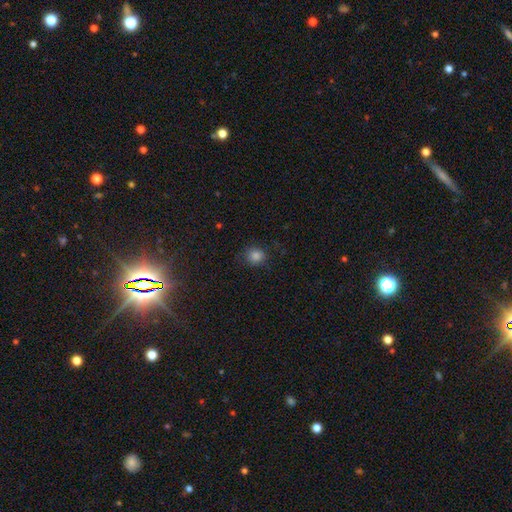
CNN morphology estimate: A smooth galaxy with no disk features (82%) that is round (86%).

Vote fractions:
- Smooth or featured? smooth: 82% / star or artifact: 13% / featured or disk: 5%
- How rounded? round: 86% / in between: 13% / cigar-shaped: 1%
- Merging? none: 81% / minor disturbance: 13% / major disturbance: 5% / merger: 1%